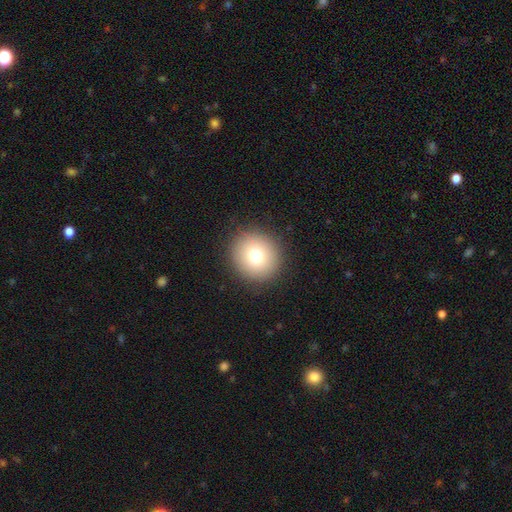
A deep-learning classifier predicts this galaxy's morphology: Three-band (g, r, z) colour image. It shows a smooth galaxy with no disk features (75%) that is round (92%). Merging: none (91%).